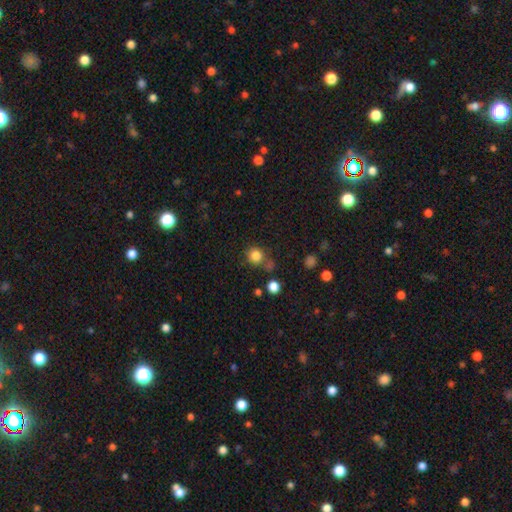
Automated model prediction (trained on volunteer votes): The model was most divided on "merging": none: 70%, minor disturbance: 13%, merger: 12%, major disturbance: 5%. More confident: how rounded — round (88%); smooth or featured — smooth (82%).